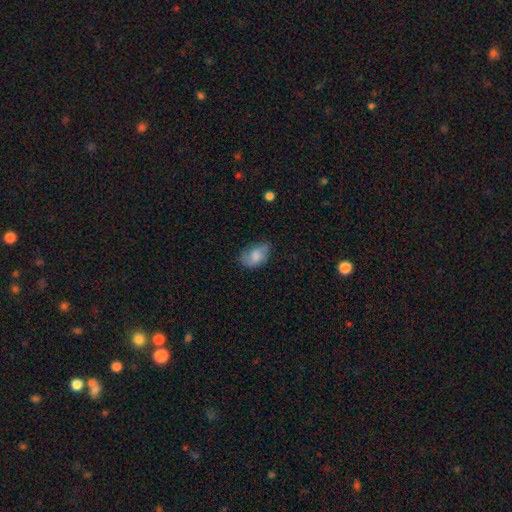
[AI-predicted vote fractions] smooth-or-featured: smooth: 73% | featured or disk: 20% | star or artifact: 7%
  how-rounded: in between: 88% | round: 11% | cigar-shaped: 2%
  merging: none: 55% | minor disturbance: 32% | major disturbance: 11% | merger: 2%